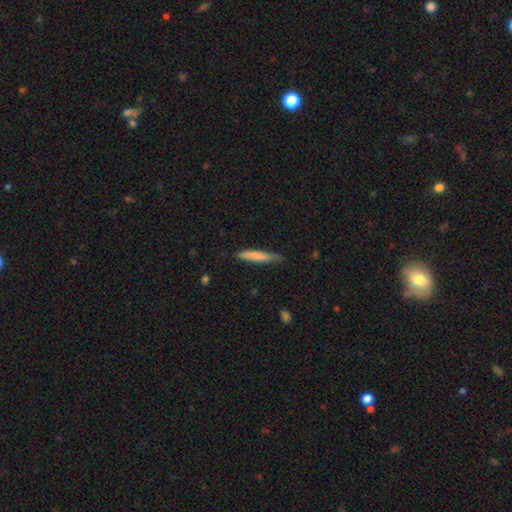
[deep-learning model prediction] A smooth galaxy with no disk features (76%) that is cigar-shaped (91%). Merging: none (71%).